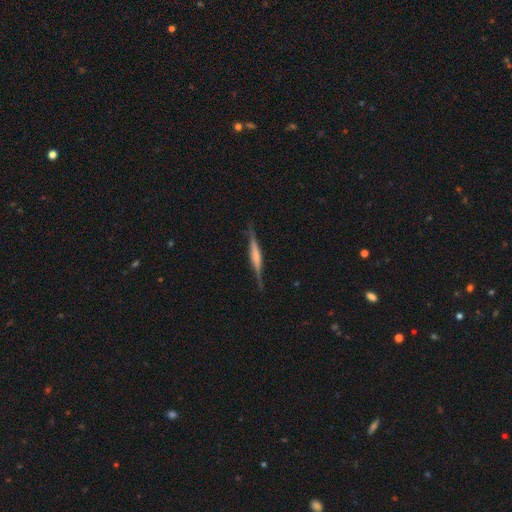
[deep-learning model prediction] smooth-or-featured: featured or disk: 66% | smooth: 29% | star or artifact: 6%
  disk-edge-on: yes: 97% | no: 3%
    edge-on-bulge: boxy: 40% | rounded: 34% | none: 26%
  merging: none: 84% | minor disturbance: 12% | major disturbance: 3% | merger: 1%